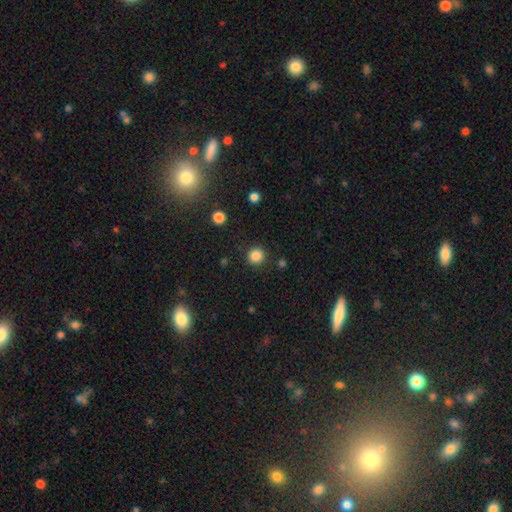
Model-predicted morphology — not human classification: The model was most divided on "smooth or featured": smooth: 85%, star or artifact: 11%, featured or disk: 3%. More confident: how rounded — round (94%); merging — none (90%).